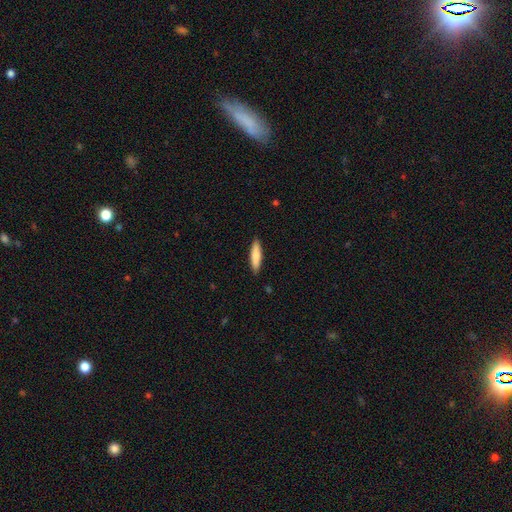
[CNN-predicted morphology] Smooth or featured? Predicted: smooth (p=0.78). How rounded? Predicted: cigar-shaped (p=0.75). Merging? Predicted: none (p=0.90).